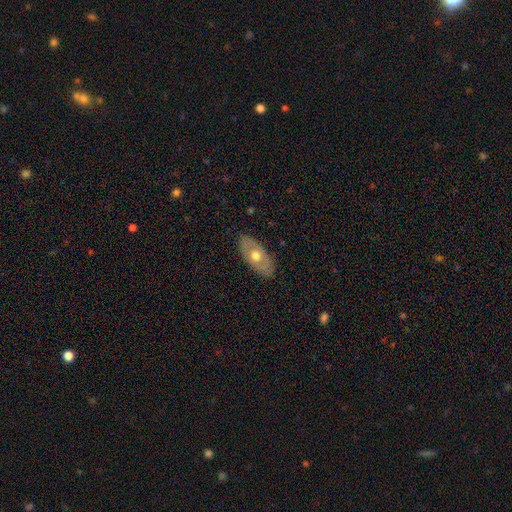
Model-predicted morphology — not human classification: Smooth or featured?
  - featured or disk: 47% * (tied)
  - smooth: 47% * (tied)
  - star or artifact: 6%
Merging?
  - none: 86% *
  - minor disturbance: 11%
  - major disturbance: 2%
  - merger: 1%